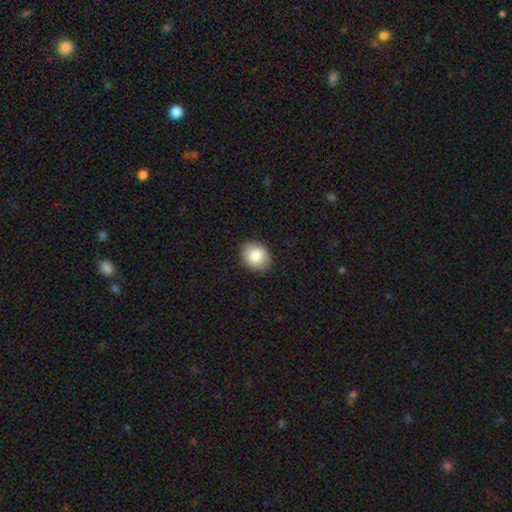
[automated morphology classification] Smooth or featured? Predicted: smooth (p=0.84). How rounded? Predicted: in between (p=0.52). Merging? Predicted: none (p=0.89).